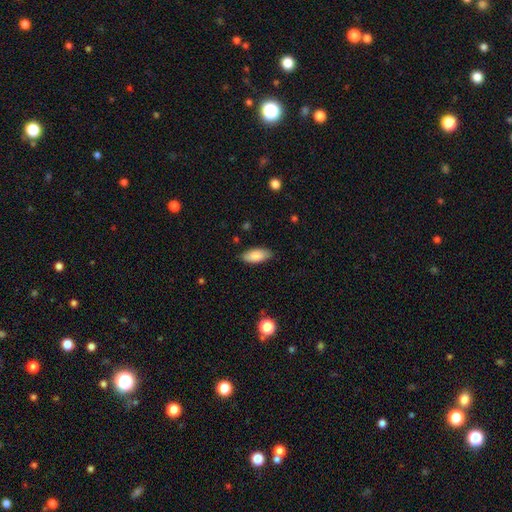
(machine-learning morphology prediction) A smooth galaxy with no disk features (85%) that is in between round and cigar-shaped (87%).

Vote fractions:
- Smooth or featured? smooth: 85% / featured or disk: 9% / star or artifact: 6%
- How rounded? in between: 87% / cigar-shaped: 11% / round: 2%
- Merging? none: 83% / minor disturbance: 13% / major disturbance: 2% / merger: 1%